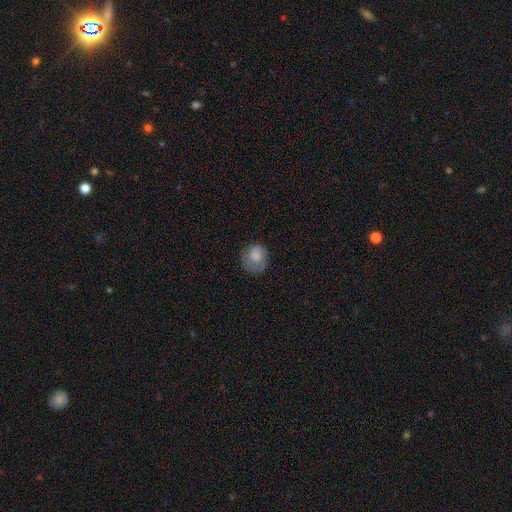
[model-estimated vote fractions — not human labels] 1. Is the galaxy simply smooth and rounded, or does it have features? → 75% smooth, 16% featured or disk, 8% star or artifact.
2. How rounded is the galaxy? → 72% round, 27% in between, 1% cigar-shaped.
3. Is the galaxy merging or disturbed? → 57% none, 26% minor disturbance, 16% major disturbance, 1% merger.